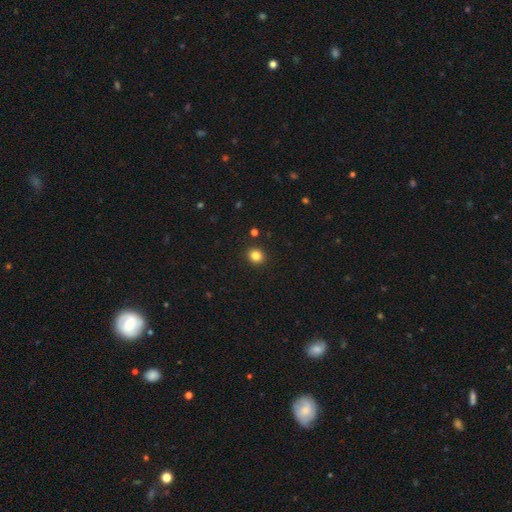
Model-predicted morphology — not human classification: This is clearly a smooth galaxy (84%). How rounded: likely round (80%). Merging: clearly none (91%).